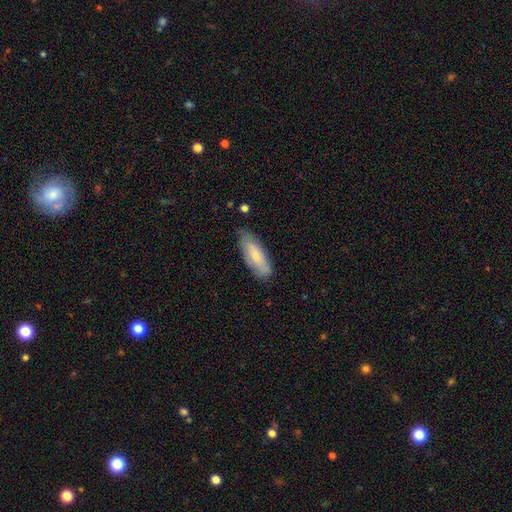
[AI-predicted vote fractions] A smooth galaxy with no disk features (69%) that is in between round and cigar-shaped (61%).

Vote fractions:
- Smooth or featured? smooth: 69% / featured or disk: 25% / star or artifact: 6%
- How rounded? in between: 61% / cigar-shaped: 37% / round: 2%
- Merging? none: 74% / minor disturbance: 21% / major disturbance: 3% / merger: 2%